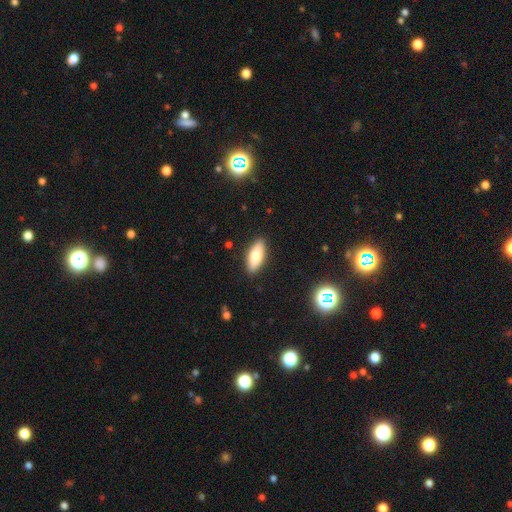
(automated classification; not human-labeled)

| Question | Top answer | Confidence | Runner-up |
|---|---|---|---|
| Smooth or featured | smooth | 76% | featured or disk (17%) |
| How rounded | in between | 77% | cigar-shaped (21%) |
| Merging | none | 89% | minor disturbance (8%) |